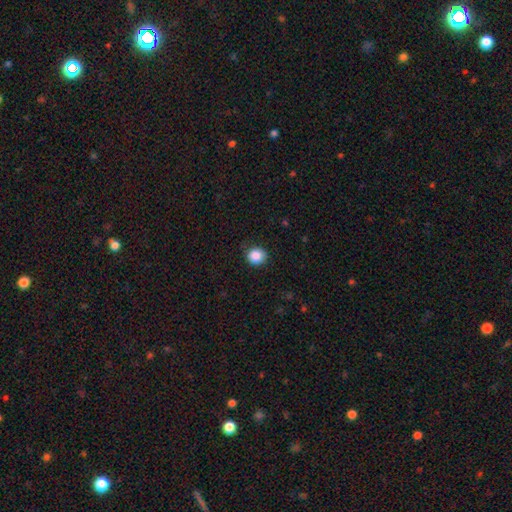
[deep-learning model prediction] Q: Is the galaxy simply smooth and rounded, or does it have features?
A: smooth — 87%.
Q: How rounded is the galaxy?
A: round — 85%.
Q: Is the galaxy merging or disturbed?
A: none — 84%.